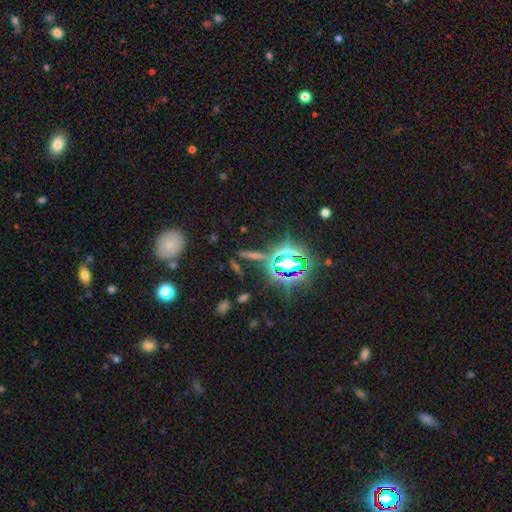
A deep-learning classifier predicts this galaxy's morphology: The model was most divided on "smooth or featured": star or artifact: 62%, smooth: 21%, featured or disk: 17%.